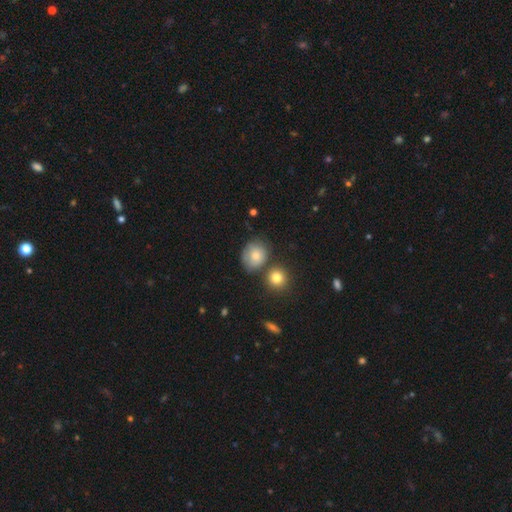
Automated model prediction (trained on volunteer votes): The model was most divided on "how rounded": round: 62%, in between: 37%, cigar-shaped: 1%. More confident: smooth or featured — smooth (78%); merging — none (60%).